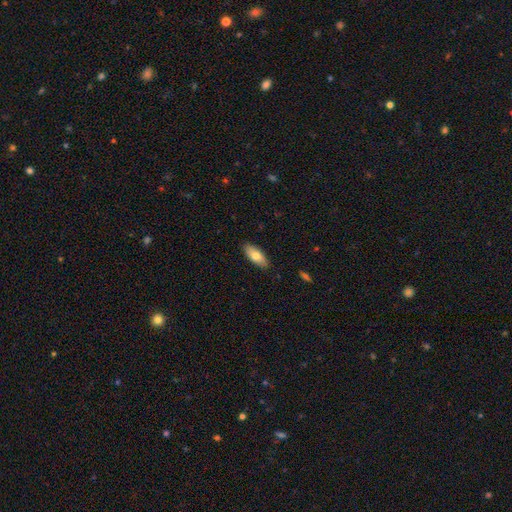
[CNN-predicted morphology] type=smooth (76%); roundness=in between (79%); merging=none (88%).